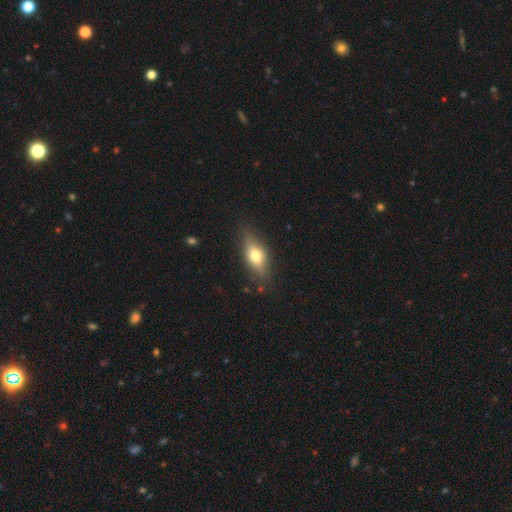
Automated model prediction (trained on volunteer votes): Q: Smooth or featured?
A: smooth (55%); runner-up: featured or disk (37%)
Q: How rounded?
A: in between (69%); runner-up: cigar-shaped (24%)
Q: Merging?
A: none (81%); runner-up: minor disturbance (14%)